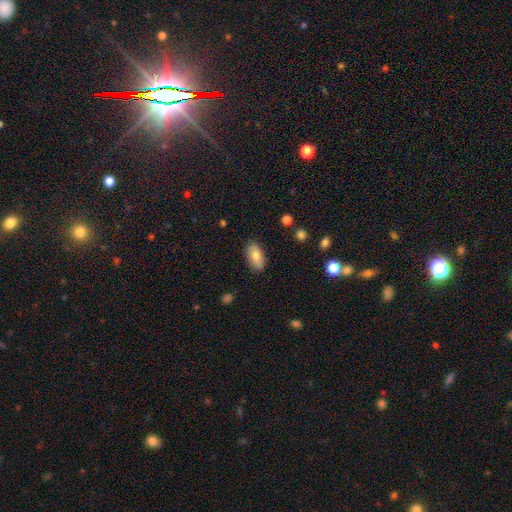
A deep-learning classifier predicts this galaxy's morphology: Overall: smooth (82%). How rounded: in between (89%). Merging: none (85%).